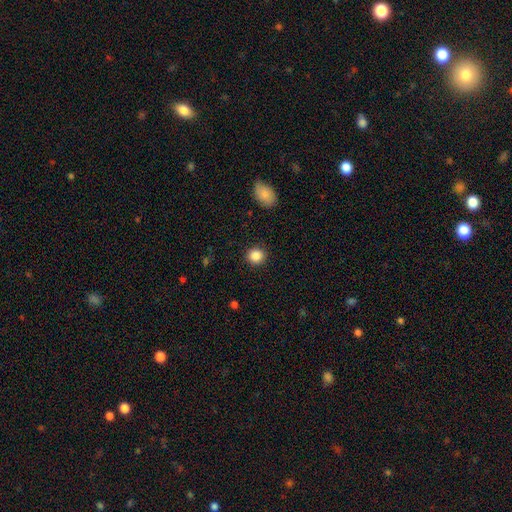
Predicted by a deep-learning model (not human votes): The model was most divided on "smooth or featured": smooth: 86%, star or artifact: 10%, featured or disk: 4%. More confident: merging — none (91%); how rounded — round (90%).